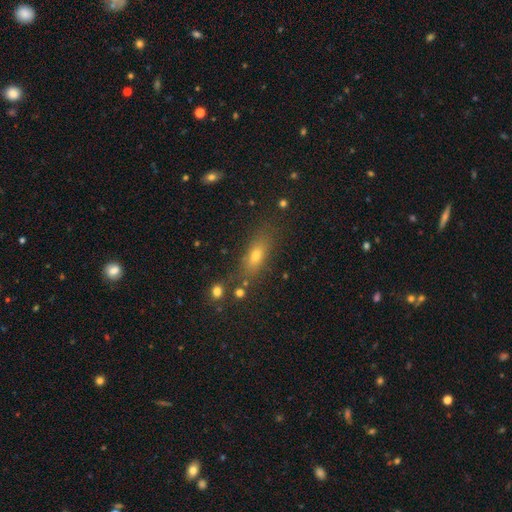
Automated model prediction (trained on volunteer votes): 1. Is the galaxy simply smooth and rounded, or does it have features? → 67% smooth, 17% featured or disk, 16% star or artifact.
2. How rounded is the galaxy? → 62% in between, 30% cigar-shaped, 9% round.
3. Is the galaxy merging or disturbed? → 74% none, 14% minor disturbance, 6% merger, 5% major disturbance.